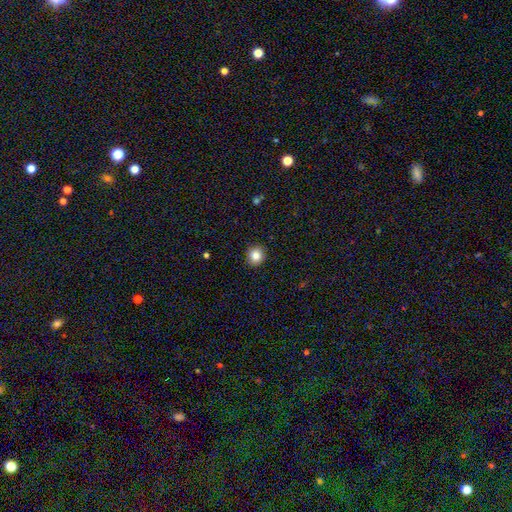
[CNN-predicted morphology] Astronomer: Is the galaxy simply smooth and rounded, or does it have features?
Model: smooth — 84%.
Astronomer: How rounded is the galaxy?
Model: round — 87%.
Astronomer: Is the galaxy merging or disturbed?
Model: none — 92%.